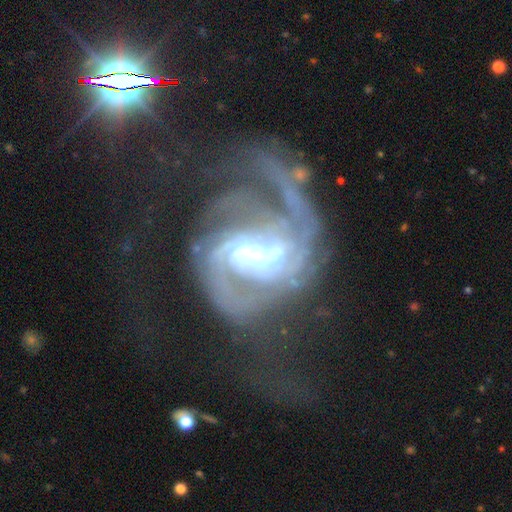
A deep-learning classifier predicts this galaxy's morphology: Q: Smooth or featured?
A: featured or disk (88%); runner-up: star or artifact (7%)
Q: Edge-on disk?
A: no (98%); runner-up: yes (2%)
Q: Bar?
A: strong (49%); runner-up: weak (38%)
Q: Spiral arms?
A: yes (96%); runner-up: no (4%)
Q: Spiral winding?
A: medium (45%); runner-up: tight (34%)
Q: Spiral arm count?
A: 2 (42%); runner-up: can't tell (19%)
Q: Bulge size?
A: moderate (47%); runner-up: small (26%)
Q: Merging?
A: major disturbance (43%); runner-up: none (32%)